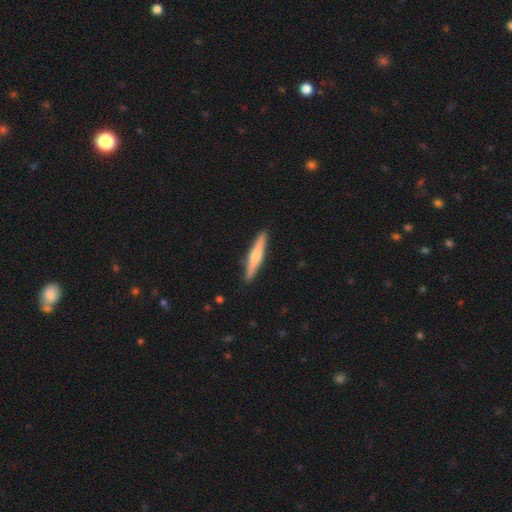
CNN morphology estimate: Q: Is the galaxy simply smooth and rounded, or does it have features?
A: smooth — 50%.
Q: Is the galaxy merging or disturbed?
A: none — 90%.